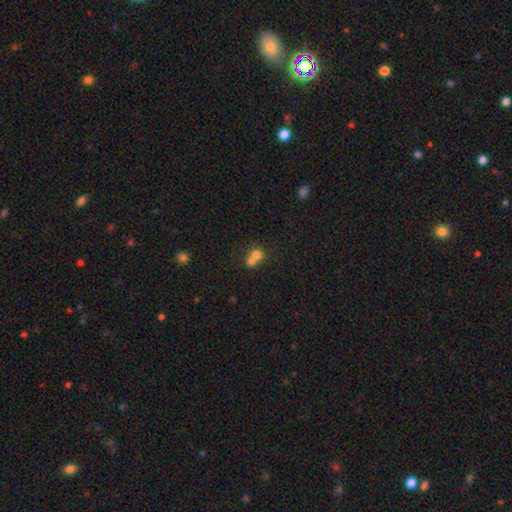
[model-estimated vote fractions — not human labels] Smooth or featured: smooth — 71% (featured or disk — 16%)
How rounded: round — 80% (in between — 19%)
Merging: merger — 65% (none — 28%)